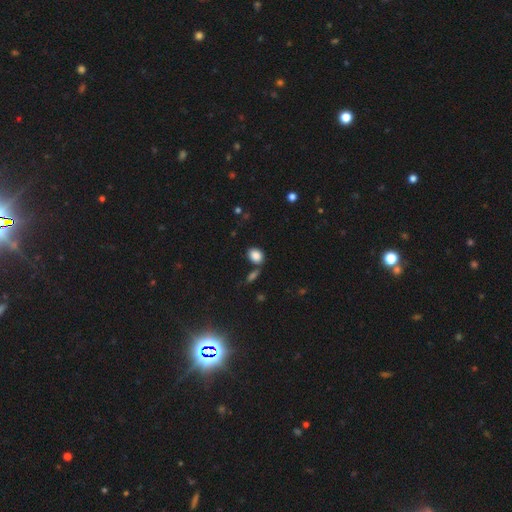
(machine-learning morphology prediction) Smooth or featured? smooth (86%)
How rounded? in between (68%)
Merging? none (66%)